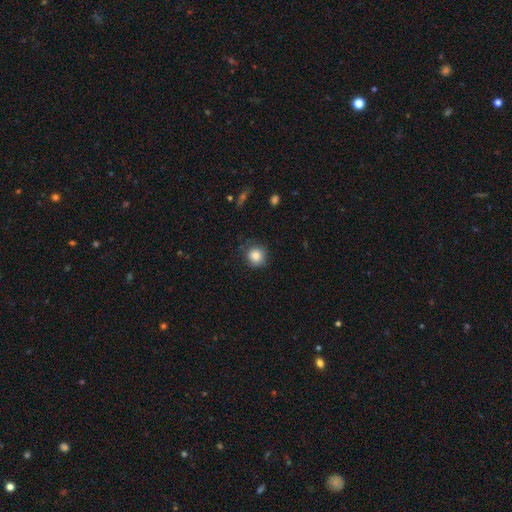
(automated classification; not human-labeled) smooth 85%, star or artifact 10%, featured or disk 6%. Down the decision tree: how rounded — round (90%); merging — none (77%).